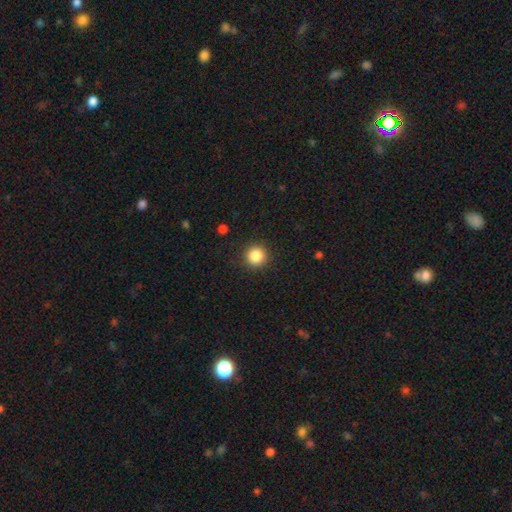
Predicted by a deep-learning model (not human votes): Smooth or featured? Predicted: smooth (p=0.86). How rounded? Predicted: round (p=0.95). Merging? Predicted: none (p=0.91).